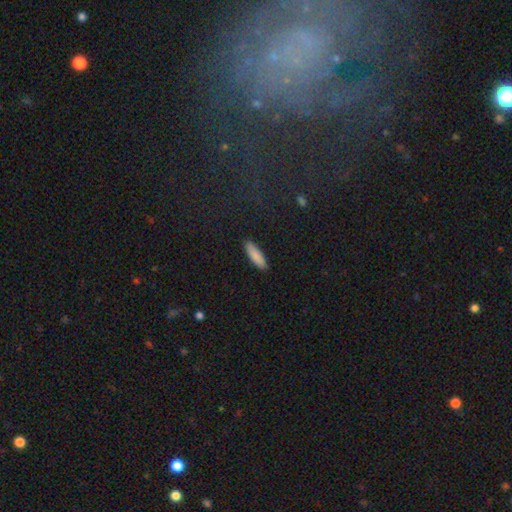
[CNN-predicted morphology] Smooth or featured? Predicted: smooth (p=0.88). How rounded? Predicted: cigar-shaped (p=0.61). Merging? Predicted: none (p=0.90).